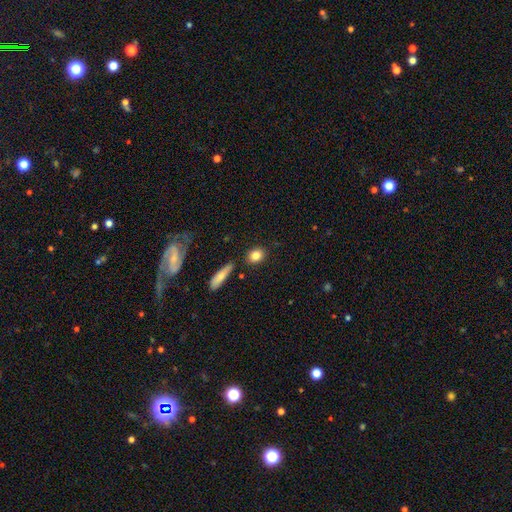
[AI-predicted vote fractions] Smooth or featured? smooth (82%)
How rounded? round (49%)
Merging? none (83%)